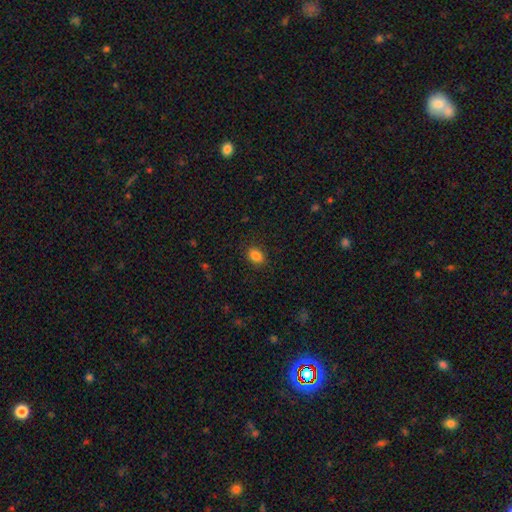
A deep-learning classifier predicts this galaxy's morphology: Smooth or featured?
  - smooth: 85% *
  - star or artifact: 10%
  - featured or disk: 5%
How rounded?
  - in between: 69% *
  - round: 30%
  - cigar-shaped: 1%
Merging?
  - none: 87% *
  - minor disturbance: 9%
  - major disturbance: 3%
  - merger: 1%